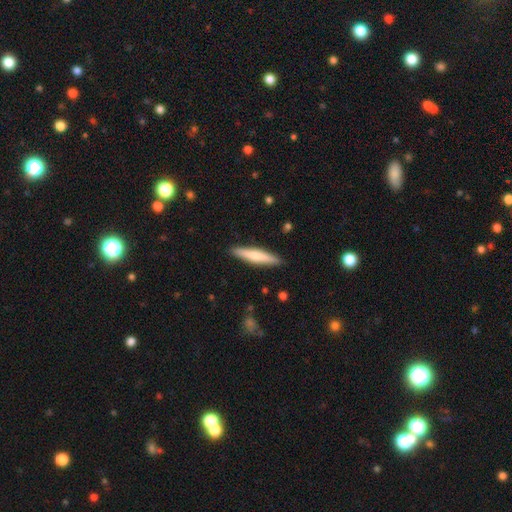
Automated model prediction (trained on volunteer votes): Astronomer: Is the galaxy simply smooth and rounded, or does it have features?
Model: smooth — 63%.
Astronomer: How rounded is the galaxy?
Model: cigar-shaped — 90%.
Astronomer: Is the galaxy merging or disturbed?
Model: none — 90%.